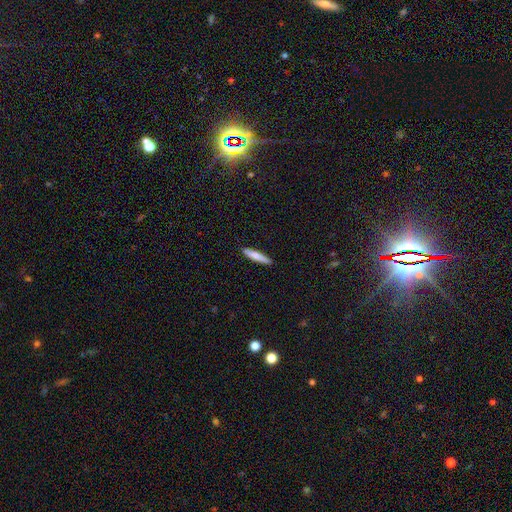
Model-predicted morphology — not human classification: smooth-or-featured: smooth: 74% | featured or disk: 20% | star or artifact: 5%
  how-rounded: cigar-shaped: 91% | in between: 8% | round: 1%
  merging: none: 91% | minor disturbance: 7% | major disturbance: 1% | merger: 1%